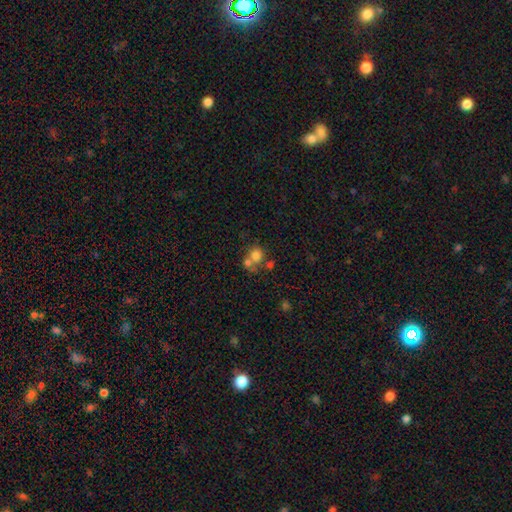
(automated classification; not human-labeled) A smooth galaxy with no disk features (72%) that is round (74%). Merging: merger (49%).